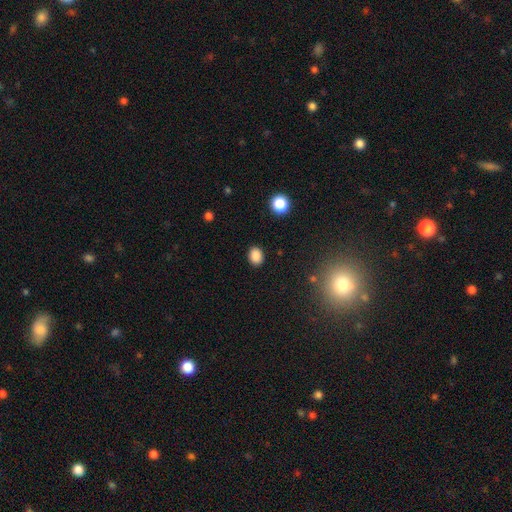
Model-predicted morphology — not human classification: A smooth galaxy with no disk features (87%) that is in between round and cigar-shaped (55%). Merging: none (89%).